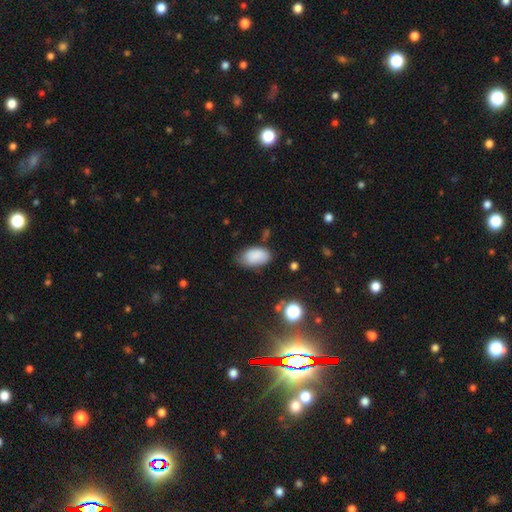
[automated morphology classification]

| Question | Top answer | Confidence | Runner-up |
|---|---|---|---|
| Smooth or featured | smooth | 85% | star or artifact (8%) |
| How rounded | in between | 93% | round (6%) |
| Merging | none | 63% | minor disturbance (27%) |